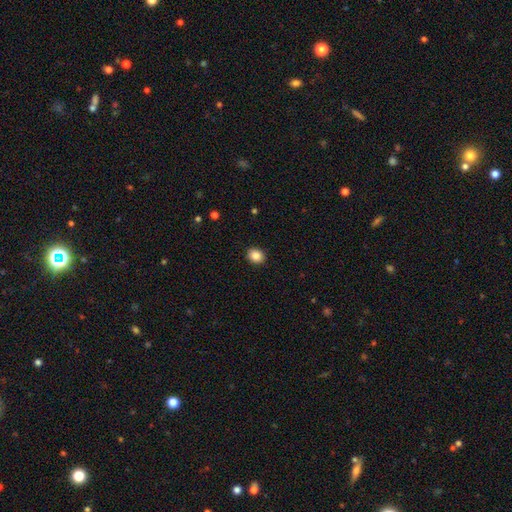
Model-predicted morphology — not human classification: A smooth galaxy with no disk features (87%) that is round (66%).

Vote fractions:
- Smooth or featured? smooth: 87% / star or artifact: 9% / featured or disk: 4%
- How rounded? round: 66% / in between: 33% / cigar-shaped: 1%
- Merging? none: 91% / minor disturbance: 6% / major disturbance: 2% / merger: 1%